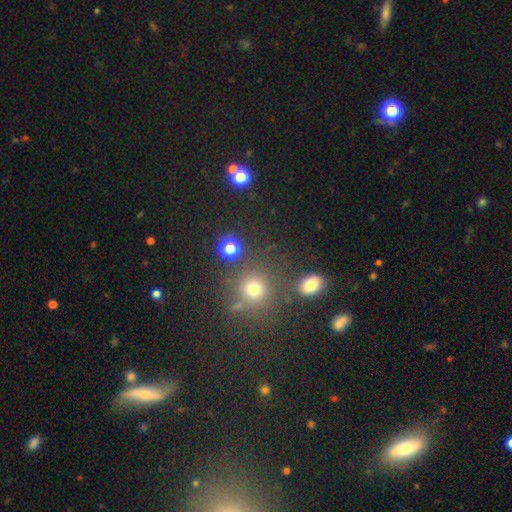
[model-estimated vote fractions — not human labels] Smooth or featured? Predicted: star or artifact (p=0.49).